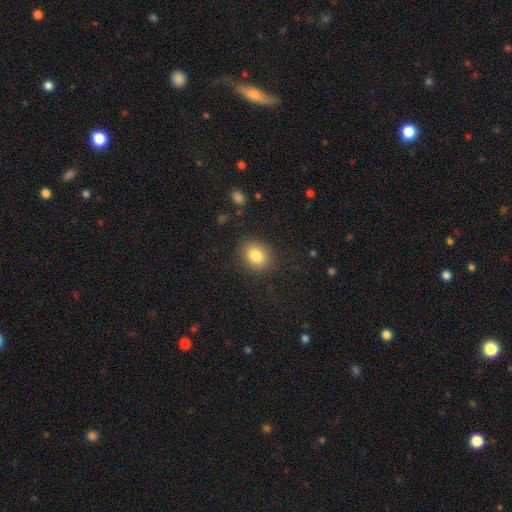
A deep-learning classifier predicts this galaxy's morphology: smooth 83%, star or artifact 10%, featured or disk 7%. Down the decision tree: how rounded — round (54%); merging — none (86%).